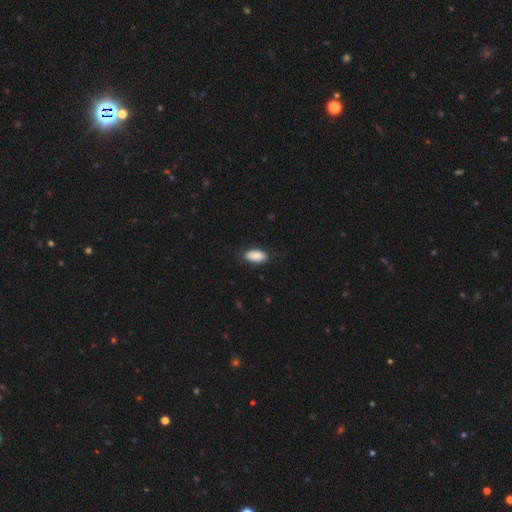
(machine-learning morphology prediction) Overall: smooth (88%). How rounded: in between (91%). Merging: none (80%).